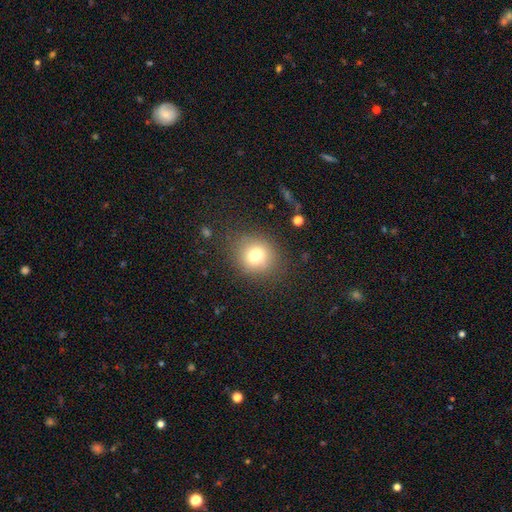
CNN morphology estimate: Smooth or featured: smooth — 76% (star or artifact — 13%)
How rounded: round — 84% (in between — 15%)
Merging: none — 84% (minor disturbance — 10%)